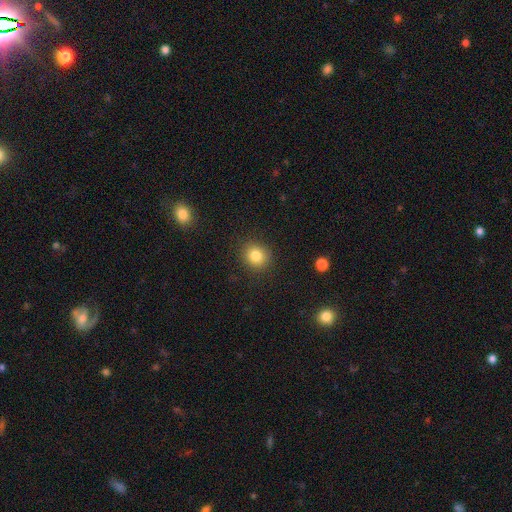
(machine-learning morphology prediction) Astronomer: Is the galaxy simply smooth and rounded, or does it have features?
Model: smooth — 83%.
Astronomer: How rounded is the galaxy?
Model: round — 82%.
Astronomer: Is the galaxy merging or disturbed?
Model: none — 88%.